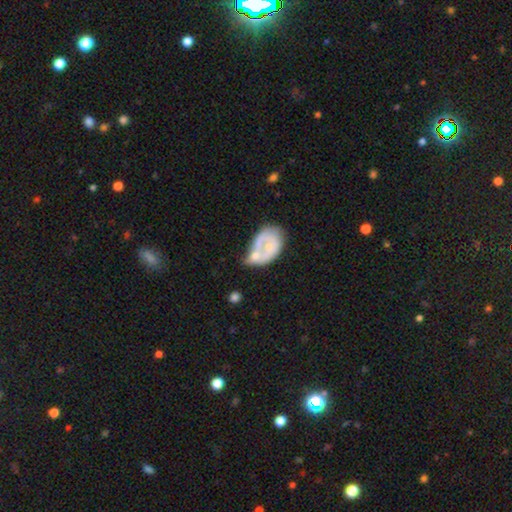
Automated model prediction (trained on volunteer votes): Q: Smooth or featured?
A: featured or disk (54%); runner-up: smooth (40%)
Q: Edge-on disk?
A: no (97%); runner-up: yes (3%)
Q: Bar?
A: no (82%); runner-up: weak (14%)
Q: Spiral arms?
A: no (64%); runner-up: yes (36%)
Q: Bulge size?
A: small (51%); runner-up: moderate (34%)
Q: Merging?
A: merger (31%); runner-up: minor disturbance (23%)